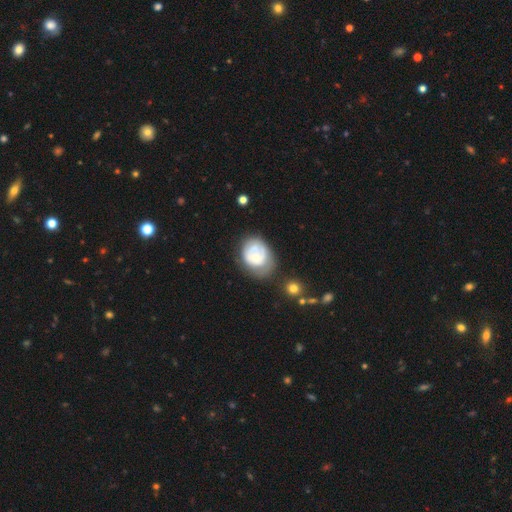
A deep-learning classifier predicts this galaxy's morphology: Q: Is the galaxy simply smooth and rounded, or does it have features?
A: featured or disk — 49%.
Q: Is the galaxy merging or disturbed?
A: none — 45%.